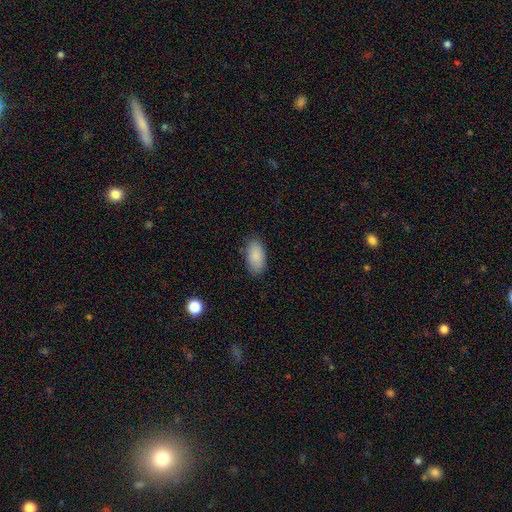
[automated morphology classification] This appears to be a smooth galaxy with no disk features (88%) that is in between round and cigar-shaped (94%). Merging: none (84%).